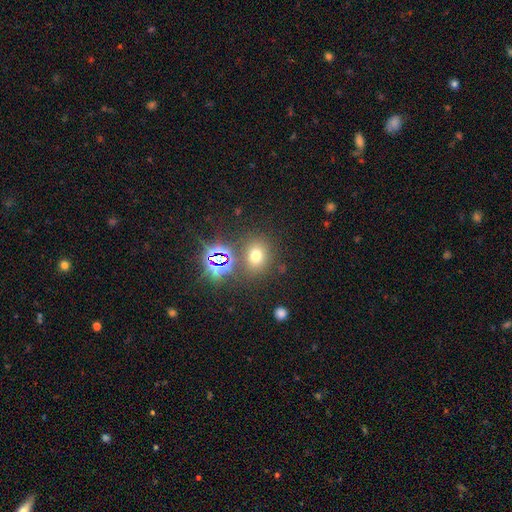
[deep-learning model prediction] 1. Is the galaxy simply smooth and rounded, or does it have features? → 61% smooth, 29% star or artifact, 10% featured or disk.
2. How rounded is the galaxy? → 64% round, 35% in between, 1% cigar-shaped.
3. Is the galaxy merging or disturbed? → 79% none, 10% minor disturbance, 7% merger, 5% major disturbance.